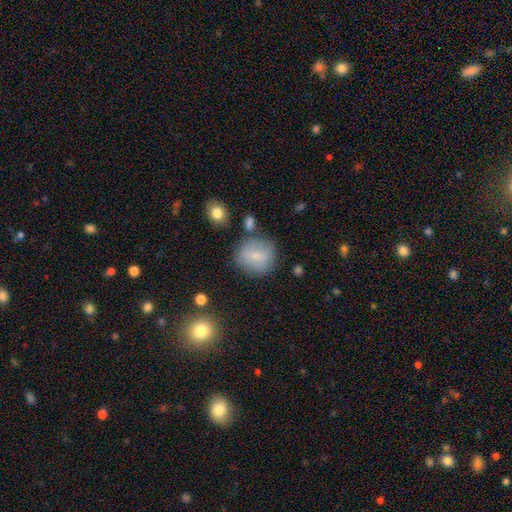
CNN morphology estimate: Smooth or featured? smooth (72%)
How rounded? round (85%)
Merging? none (73%)